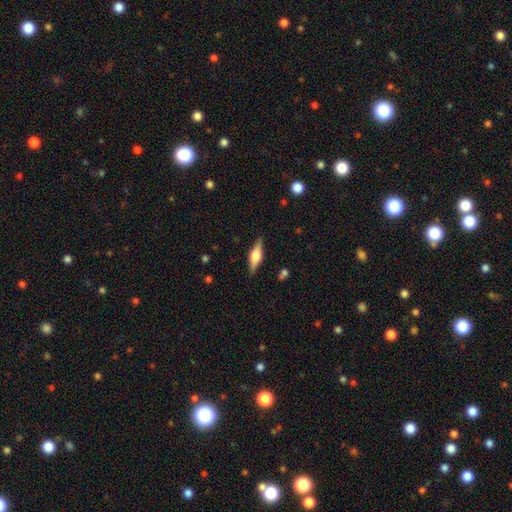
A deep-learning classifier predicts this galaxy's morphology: Overall: featured or disk (62%; smooth 31%). Edge-on disk: yes (96%). Edge-on bulge: rounded (86%). Merging: none (87%).